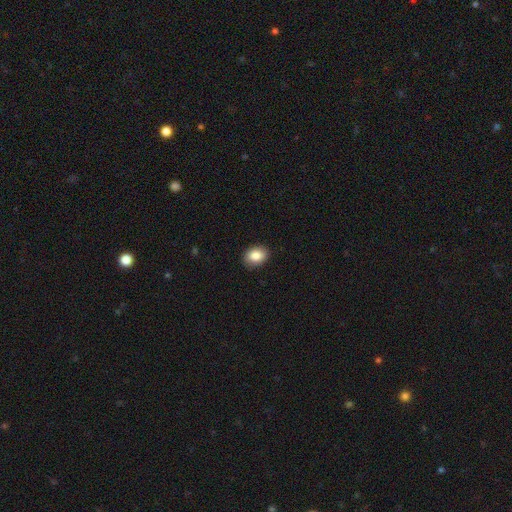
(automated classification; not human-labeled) Smooth or featured?
  - smooth: 86% *
  - star or artifact: 8%
  - featured or disk: 6%
How rounded?
  - in between: 71% *
  - round: 28%
  - cigar-shaped: 1%
Merging?
  - none: 88% *
  - minor disturbance: 9%
  - major disturbance: 2%
  - merger: 1%